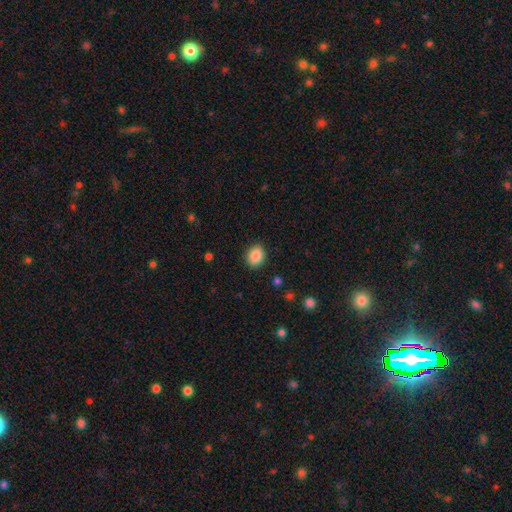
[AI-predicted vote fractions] Overall: smooth (86%). How rounded: in between (50%; round 49%). Merging: none (89%).